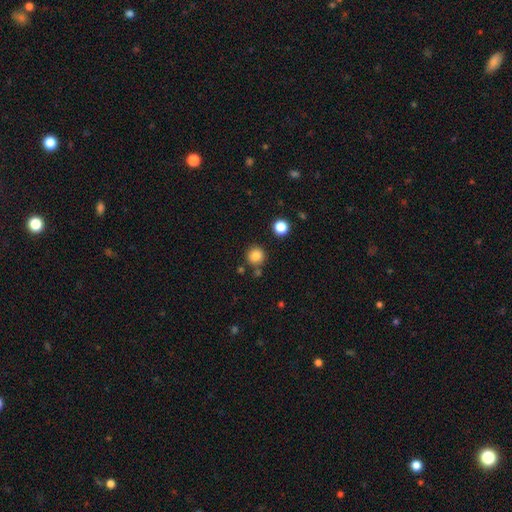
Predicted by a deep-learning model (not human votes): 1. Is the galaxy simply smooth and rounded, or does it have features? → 84% smooth, 11% star or artifact, 5% featured or disk.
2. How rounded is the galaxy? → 94% round, 5% in between, 1% cigar-shaped.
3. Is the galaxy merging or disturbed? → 83% none, 8% minor disturbance, 6% merger, 3% major disturbance.